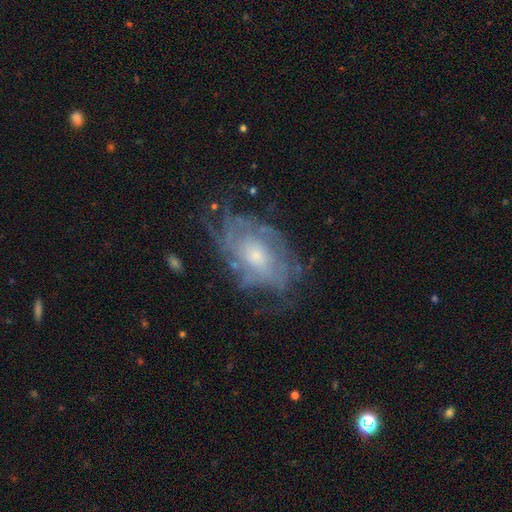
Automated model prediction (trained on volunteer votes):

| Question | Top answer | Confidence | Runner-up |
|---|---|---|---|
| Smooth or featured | featured or disk | 75% | smooth (17%) |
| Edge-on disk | no | 95% | yes (5%) |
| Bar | no | 77% | weak (20%) |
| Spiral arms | yes | 76% | no (24%) |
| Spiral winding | tight | 58% | medium (29%) |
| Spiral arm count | can't tell | 60% | 2 (12%) |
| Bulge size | small | 49% | moderate (41%) |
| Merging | none | 61% | minor disturbance (22%) |